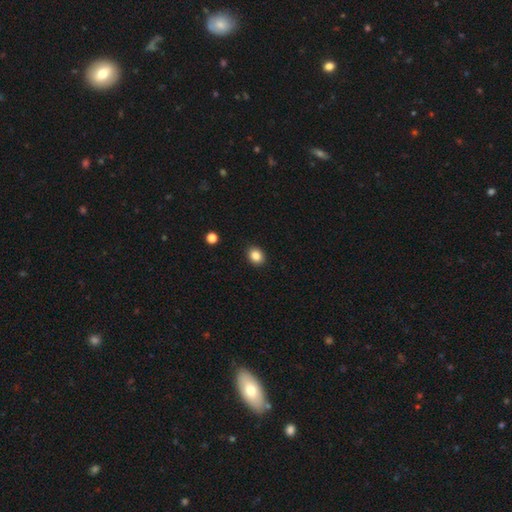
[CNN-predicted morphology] Smooth or featured: smooth — 86% (star or artifact — 10%)
How rounded: round — 55% (in between — 44%)
Merging: none — 90% (minor disturbance — 7%)